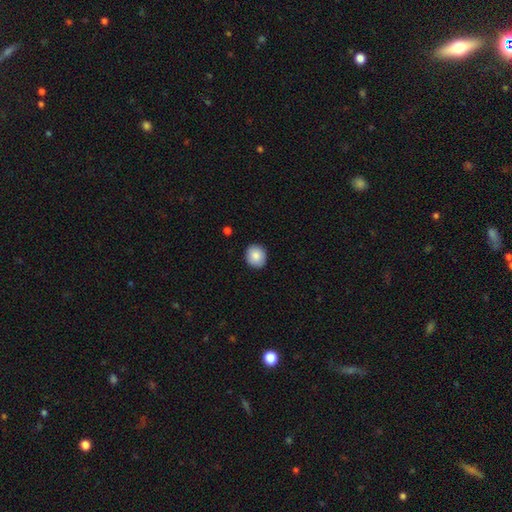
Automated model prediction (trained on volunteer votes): Q: Smooth or featured?
A: smooth (87%); runner-up: star or artifact (7%)
Q: How rounded?
A: round (79%); runner-up: in between (20%)
Q: Merging?
A: none (90%); runner-up: minor disturbance (7%)